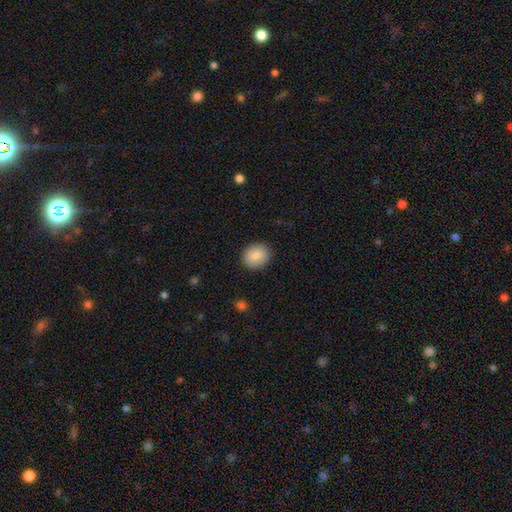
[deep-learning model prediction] smooth-or-featured: smooth: 87% | star or artifact: 7% | featured or disk: 6%
  how-rounded: round: 72% | in between: 27% | cigar-shaped: 1%
  merging: none: 90% | minor disturbance: 7% | major disturbance: 2% | merger: 1%